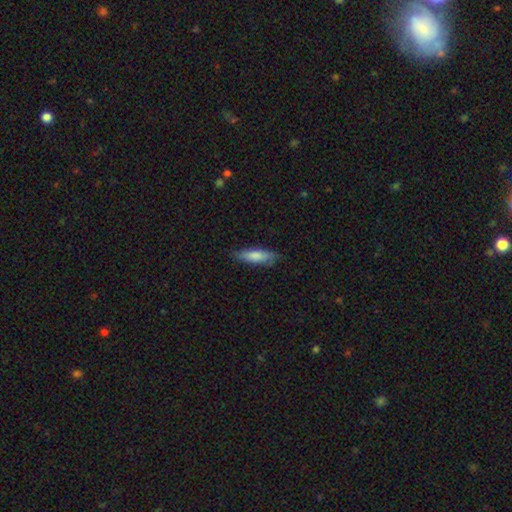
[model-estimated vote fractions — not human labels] A smooth galaxy with no disk features (80%) that is cigar-shaped (57%). Merging: none (79%).